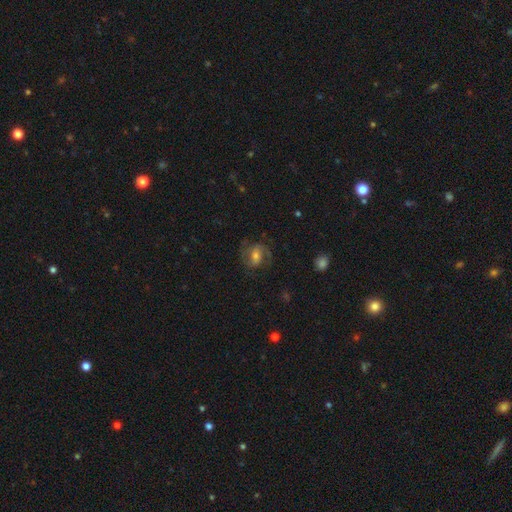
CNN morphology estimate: featured or disk 70%, smooth 22%, star or artifact 8%. Down the decision tree: edge-on disk — no (97%); bar — weak (44%); spiral arms — yes (91%); spiral arm count — 2 (85%); spiral winding — medium (54%); bulge size — moderate (54%); merging — none (70%).